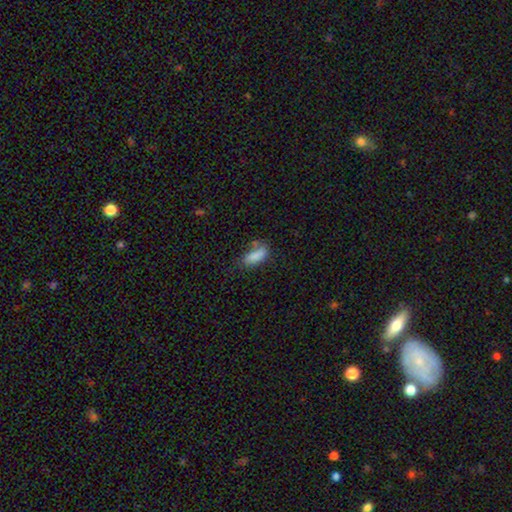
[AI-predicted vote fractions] Smooth or featured: smooth — 83% (featured or disk — 9%)
How rounded: in between — 78% (cigar-shaped — 19%)
Merging: none — 54% (minor disturbance — 25%)